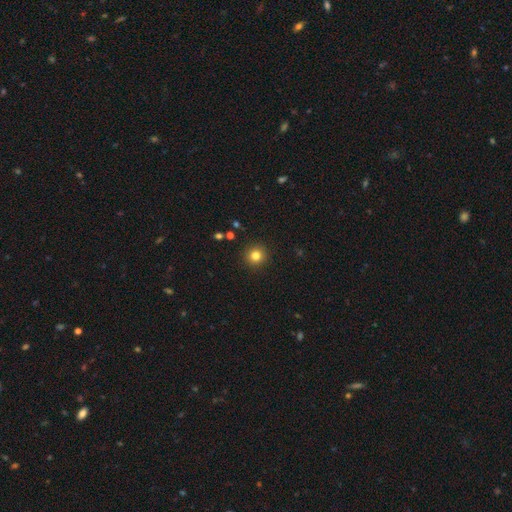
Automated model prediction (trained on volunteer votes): The model was most divided on "smooth or featured": smooth: 81%, star or artifact: 13%, featured or disk: 6%. More confident: how rounded — round (95%); merging — none (92%).